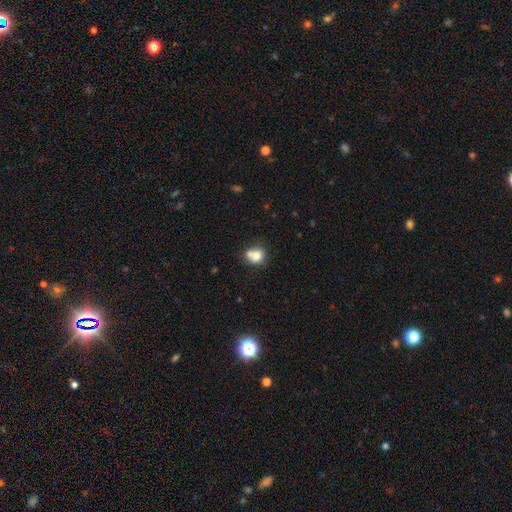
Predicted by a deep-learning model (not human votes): smooth-or-featured: smooth: 74% | featured or disk: 16% | star or artifact: 11%
  how-rounded: round: 78% | in between: 22% | cigar-shaped: 1%
  merging: none: 44% | merger: 40% | minor disturbance: 11% | major disturbance: 4%